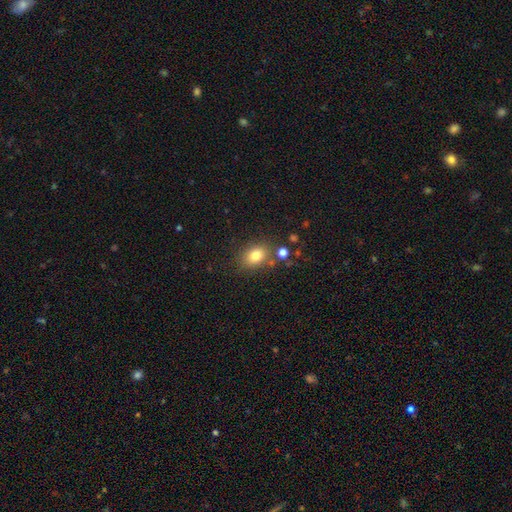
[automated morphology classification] This appears to be a smooth galaxy with no disk features (80%) that is in between round and cigar-shaped (70%). Merging: none (74%).